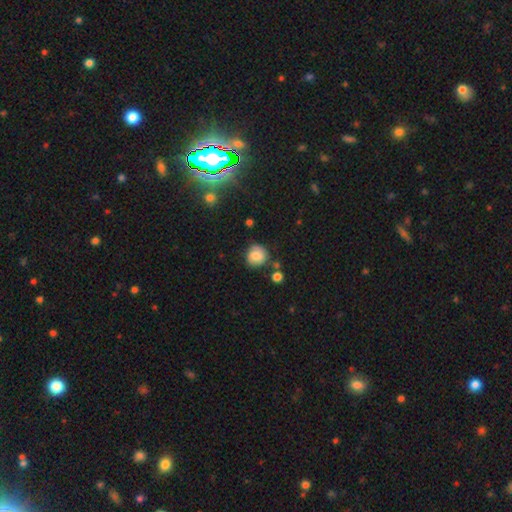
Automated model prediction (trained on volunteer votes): The model was most divided on "smooth or featured": smooth: 67%, featured or disk: 23%, star or artifact: 10%. More confident: how rounded — round (84%); merging — none (70%).